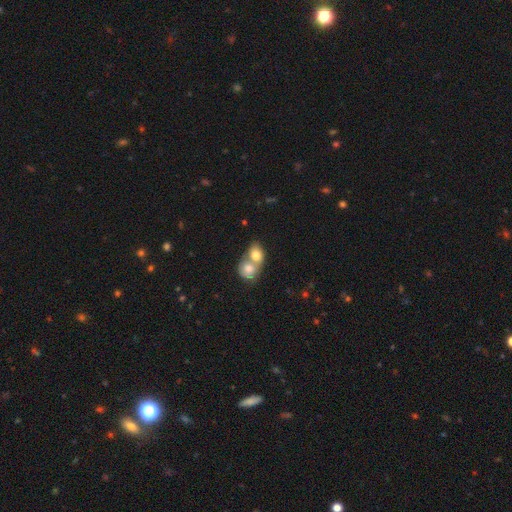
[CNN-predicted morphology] This is likely a smooth galaxy (77%). How rounded: possibly in between (51%). Merging: likely merger (75%).